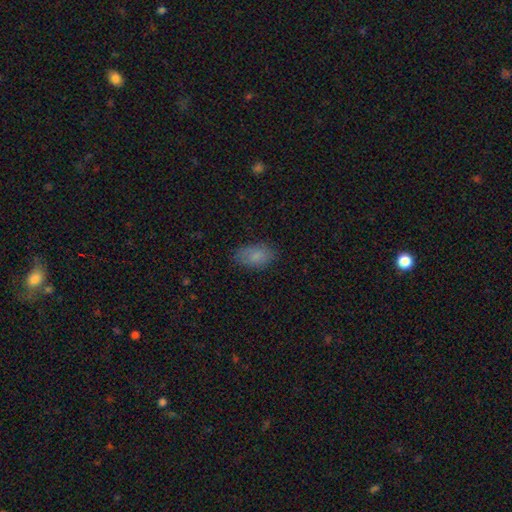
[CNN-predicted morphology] Smooth or featured? smooth (83%)
How rounded? in between (92%)
Merging? none (78%)